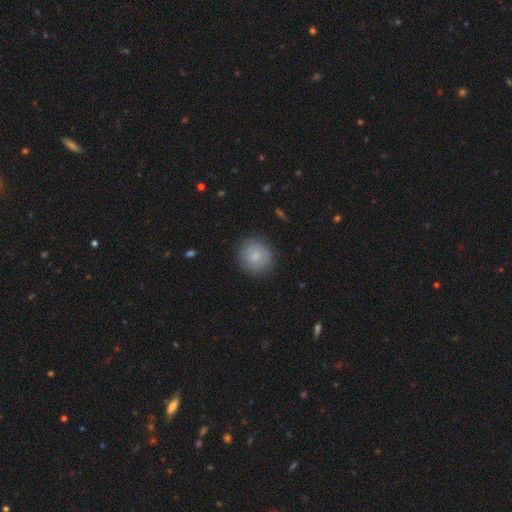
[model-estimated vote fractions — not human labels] Smooth or featured?
  - smooth: 82% *
  - featured or disk: 11%
  - star or artifact: 7%
How rounded?
  - round: 91% *
  - in between: 8%
  - cigar-shaped: 1%
Merging?
  - none: 86% *
  - minor disturbance: 10%
  - major disturbance: 3%
  - merger: 1%